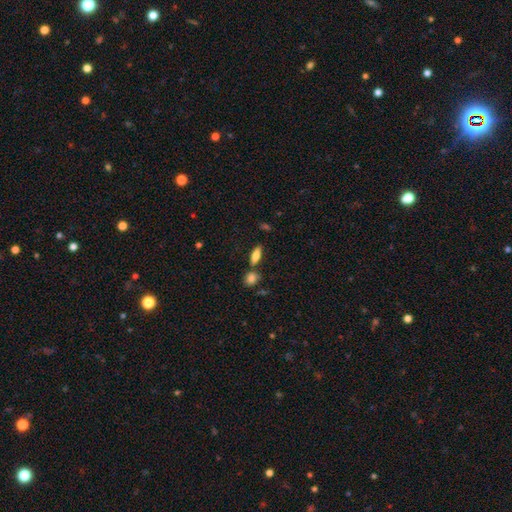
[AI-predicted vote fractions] Overall: smooth (72%). How rounded: in between (63%; cigar-shaped 33%). Merging: none (73%).